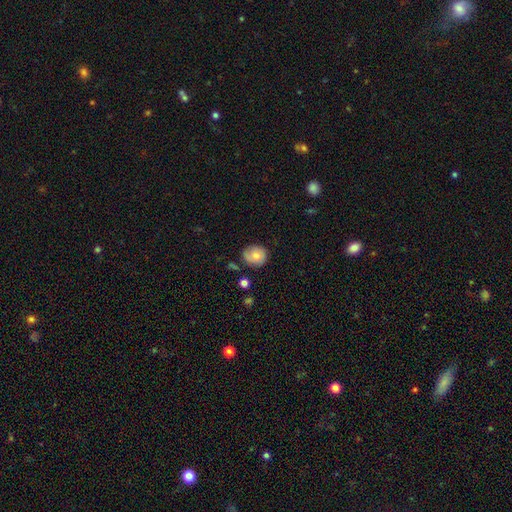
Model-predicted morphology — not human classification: smooth_or_featured: smooth (p=0.70) [alt: featured or disk p=0.22]
how_rounded: round (p=0.84) [alt: in between p=0.15]
merging: none (p=0.73) [alt: minor disturbance p=0.20]